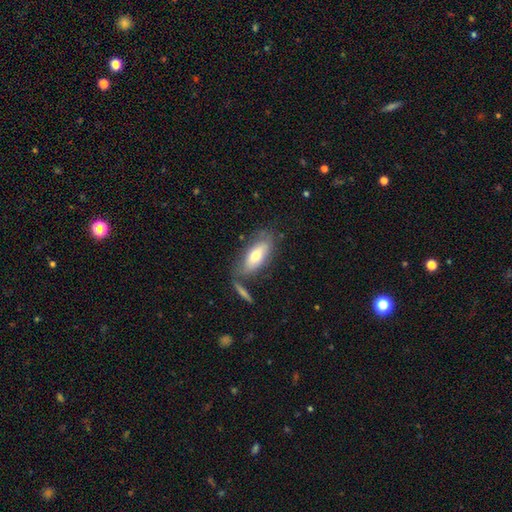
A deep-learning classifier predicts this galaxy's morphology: Overall: smooth (66%; featured or disk 28%). How rounded: in between (79%). Merging: none (63%).